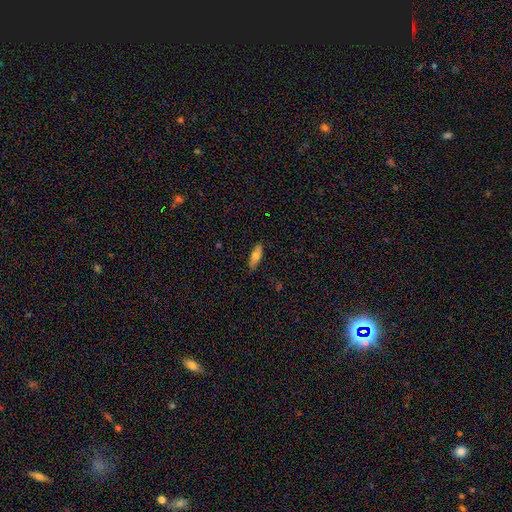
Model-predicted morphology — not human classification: smooth_or_featured: smooth (p=0.66) [alt: featured or disk p=0.27]
how_rounded: in between (p=0.64) [alt: cigar-shaped p=0.34]
merging: none (p=0.83) [alt: minor disturbance p=0.14]